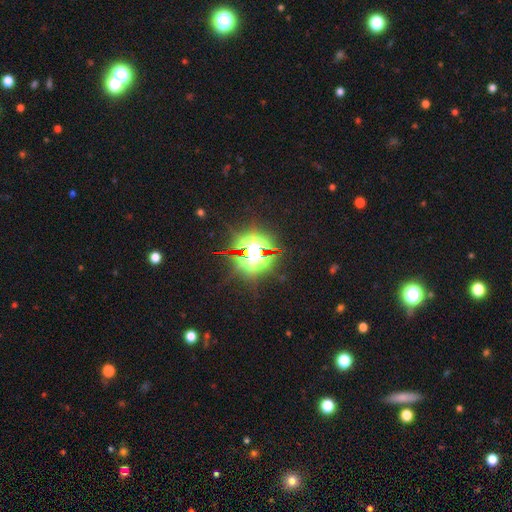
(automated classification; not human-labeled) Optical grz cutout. It shows a star or artifact, not a galaxy (74%).